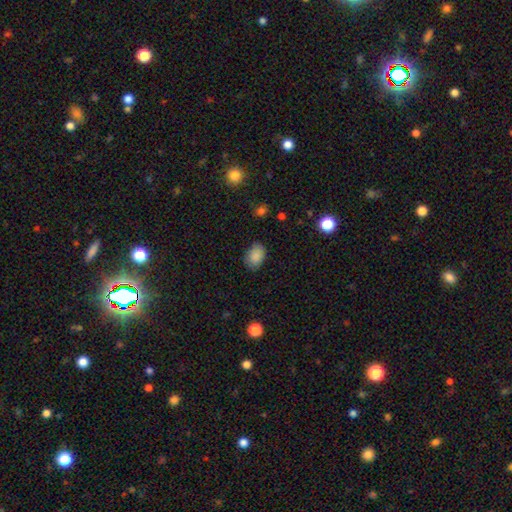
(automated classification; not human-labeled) Overall: smooth (86%). How rounded: in between (81%). Merging: none (76%).